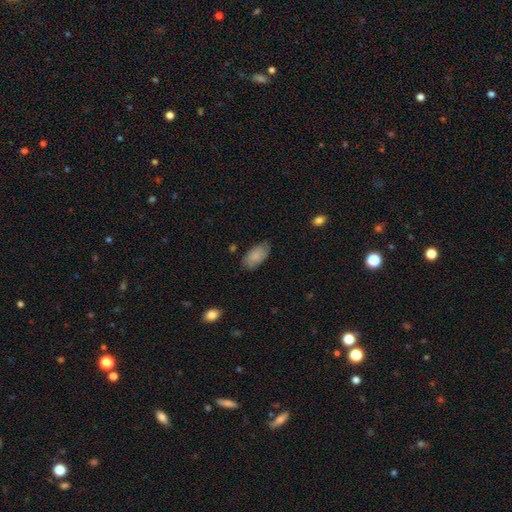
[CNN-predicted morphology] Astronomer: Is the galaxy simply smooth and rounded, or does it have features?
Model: smooth — 80%.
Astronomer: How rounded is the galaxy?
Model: in between — 94%.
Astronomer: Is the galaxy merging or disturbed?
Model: none — 75%.